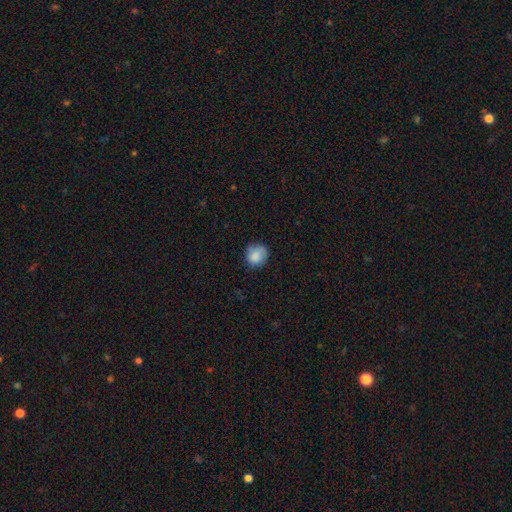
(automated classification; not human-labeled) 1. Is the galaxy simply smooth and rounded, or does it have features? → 85% smooth, 8% star or artifact, 7% featured or disk.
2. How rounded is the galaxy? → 84% round, 15% in between, 1% cigar-shaped.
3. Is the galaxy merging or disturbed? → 75% none, 20% minor disturbance, 4% major disturbance, 1% merger.